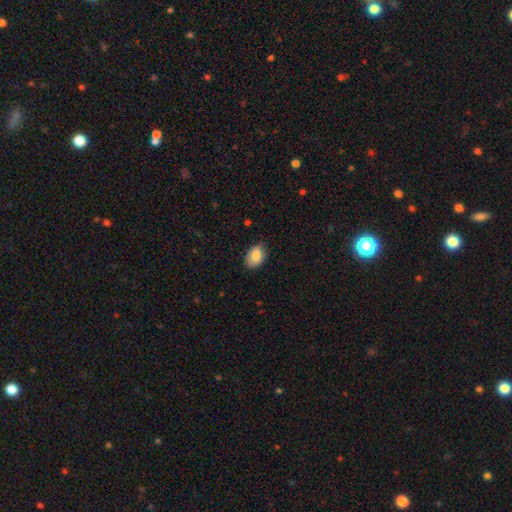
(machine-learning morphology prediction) A smooth galaxy with no disk features (86%) that is in between round and cigar-shaped (85%).

Vote fractions:
- Smooth or featured? smooth: 86% / featured or disk: 7% / star or artifact: 7%
- How rounded? in between: 85% / round: 14% / cigar-shaped: 1%
- Merging? none: 80% / minor disturbance: 17% / major disturbance: 3% / merger: 1%